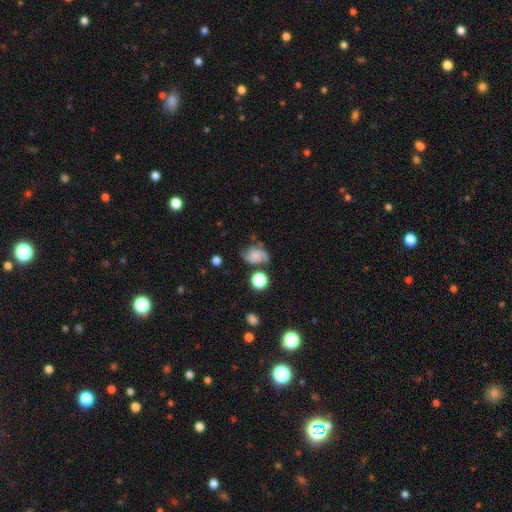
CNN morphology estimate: Overall: smooth (46%; featured or disk 41%). Merging: none (53%; minor disturbance 26%).